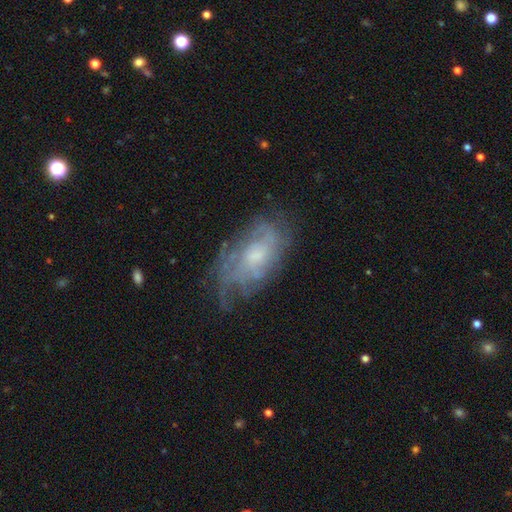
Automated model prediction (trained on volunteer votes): Smooth or featured: featured or disk — 67% (smooth — 25%)
Edge-on disk: no — 94% (yes — 6%)
Bar: no — 72% (weak — 25%)
Spiral arms: yes — 70% (no — 30%)
Bulge size: small — 43% (moderate — 41%)
Merging: none — 55% (minor disturbance — 26%)